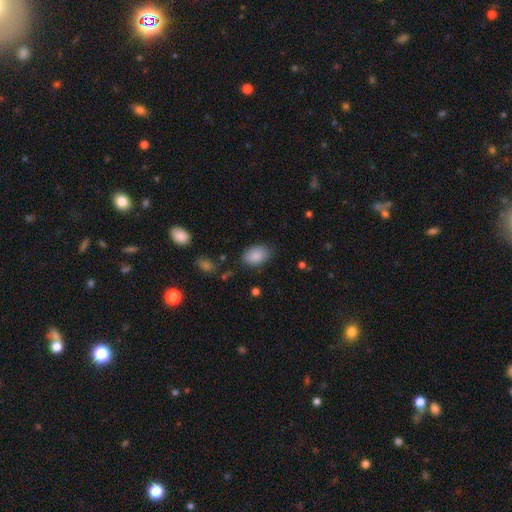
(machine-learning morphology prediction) Smooth or featured? smooth (88%)
How rounded? in between (87%)
Merging? none (79%)